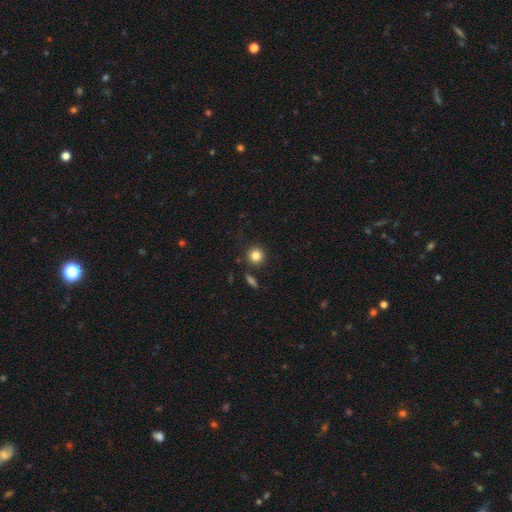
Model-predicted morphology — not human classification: type=smooth (83%); roundness=round (92%); merging=none (85%).